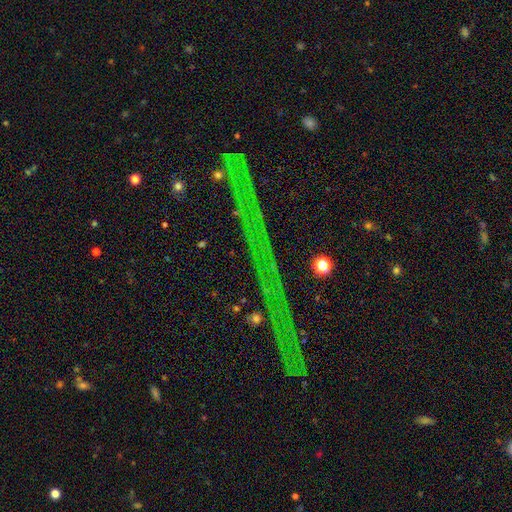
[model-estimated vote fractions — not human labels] smooth-or-featured: star or artifact: 81% | featured or disk: 10% | smooth: 8%